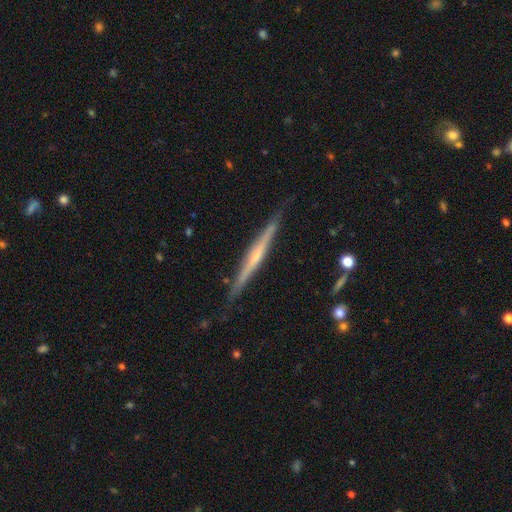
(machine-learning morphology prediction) Smooth or featured? Predicted: featured or disk (p=0.73). Edge-on disk? Predicted: yes (p=0.98). Edge-on bulge? Predicted: rounded (p=0.51). Merging? Predicted: none (p=0.88).